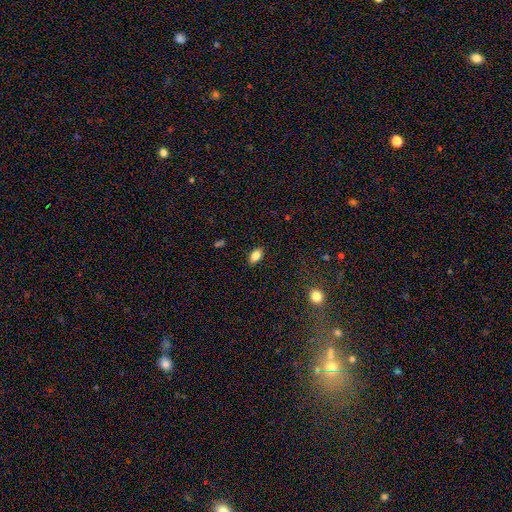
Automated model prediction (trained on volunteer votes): smooth_or_featured: smooth (p=0.84) [alt: star or artifact p=0.09]
how_rounded: in between (p=0.89) [alt: round p=0.08]
merging: none (p=0.88) [alt: minor disturbance p=0.09]